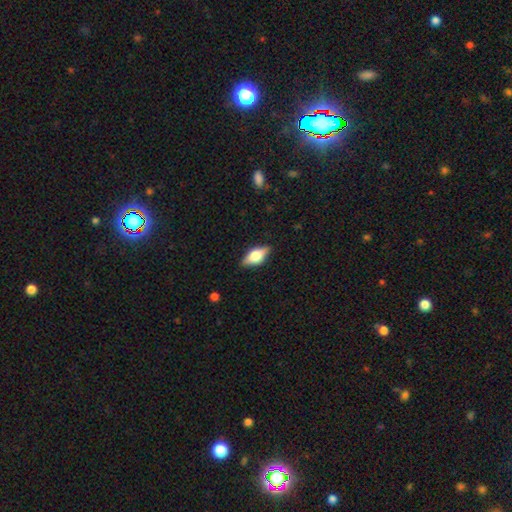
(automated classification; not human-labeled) smooth_or_featured: smooth (p=0.51) [alt: featured or disk p=0.42]
how_rounded: in between (p=0.80) [alt: cigar-shaped p=0.15]
merging: none (p=0.85) [alt: minor disturbance p=0.11]